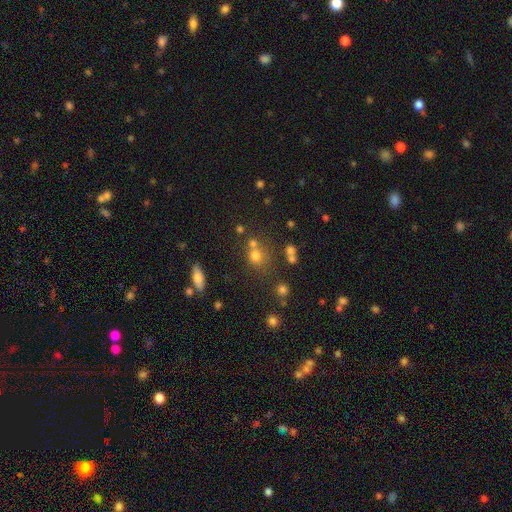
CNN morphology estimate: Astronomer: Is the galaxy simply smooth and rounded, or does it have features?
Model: smooth — 69%.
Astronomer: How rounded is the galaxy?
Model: round — 78%.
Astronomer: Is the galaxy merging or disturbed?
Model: none — 54%.